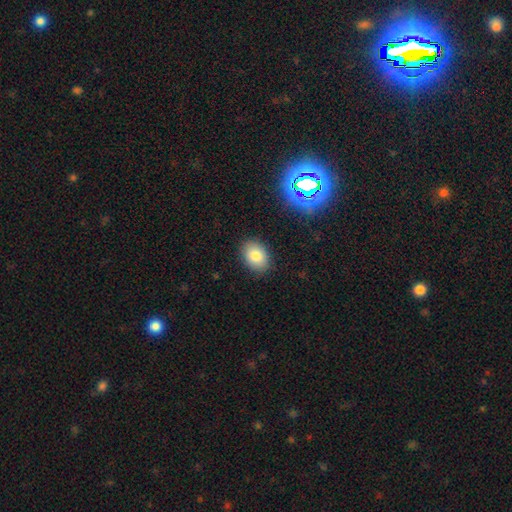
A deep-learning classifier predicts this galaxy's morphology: A smooth galaxy with no disk features (81%) that is in between round and cigar-shaped (72%).

Vote fractions:
- Smooth or featured? smooth: 81% / star or artifact: 10% / featured or disk: 9%
- How rounded? in between: 72% / round: 27% / cigar-shaped: 1%
- Merging? none: 87% / minor disturbance: 9% / major disturbance: 2% / merger: 1%